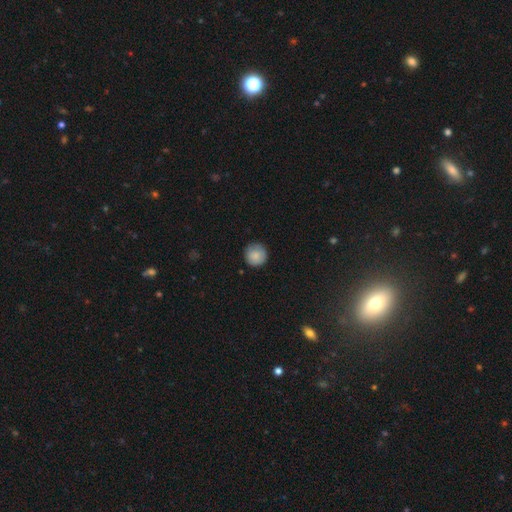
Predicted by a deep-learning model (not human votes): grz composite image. It shows a smooth galaxy with no disk features (86%) that is round (96%). Merging: none (87%).